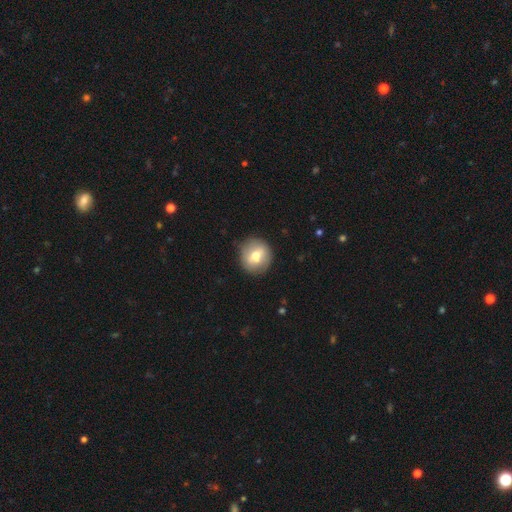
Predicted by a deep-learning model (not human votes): smooth 64%, featured or disk 28%, star or artifact 8%. Down the decision tree: how rounded — round (87%); merging — none (82%).